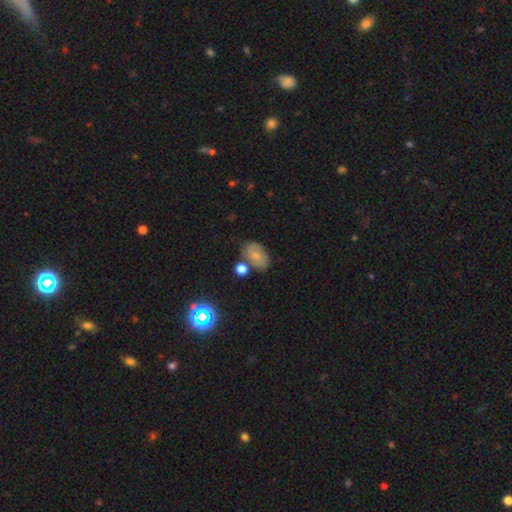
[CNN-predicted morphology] This appears to be a smooth galaxy with no disk features (65%) that is in between round and cigar-shaped (82%). Merging: none (63%).